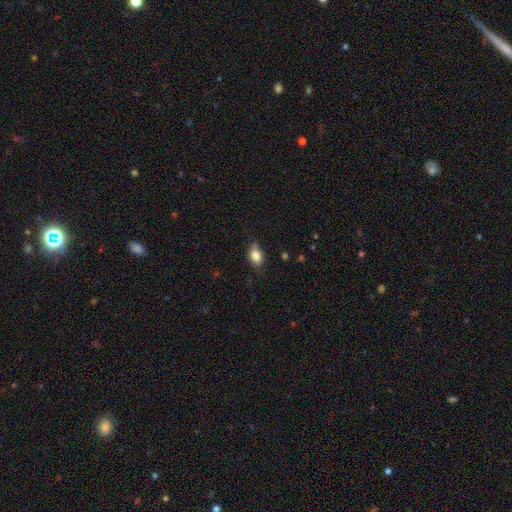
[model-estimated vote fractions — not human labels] Morphology: type=smooth (82%); roundness=in between (80%); merging=none (70%).